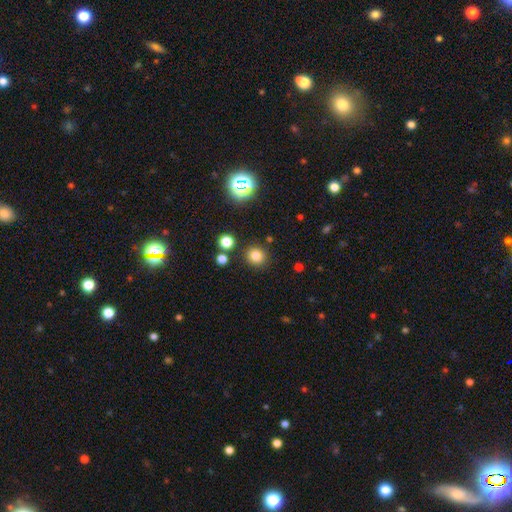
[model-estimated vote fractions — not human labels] Smooth or featured?
  - smooth: 79% *
  - star or artifact: 15%
  - featured or disk: 6%
How rounded?
  - round: 91% *
  - in between: 8%
  - cigar-shaped: 1%
Merging?
  - none: 87% *
  - minor disturbance: 7%
  - merger: 3%
  - major disturbance: 3%